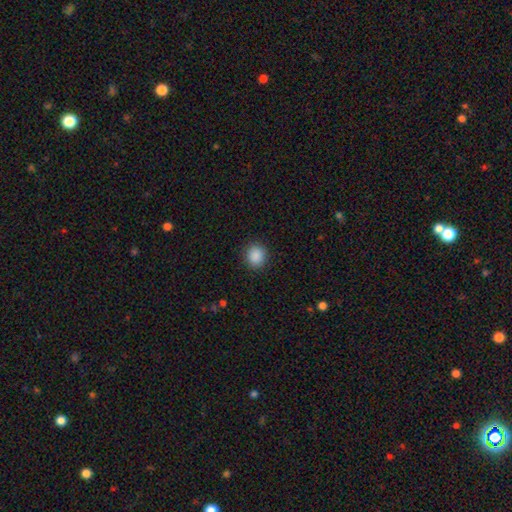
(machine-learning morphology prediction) This appears to be a smooth galaxy with no disk features (88%) that is round (83%). Merging: none (90%).